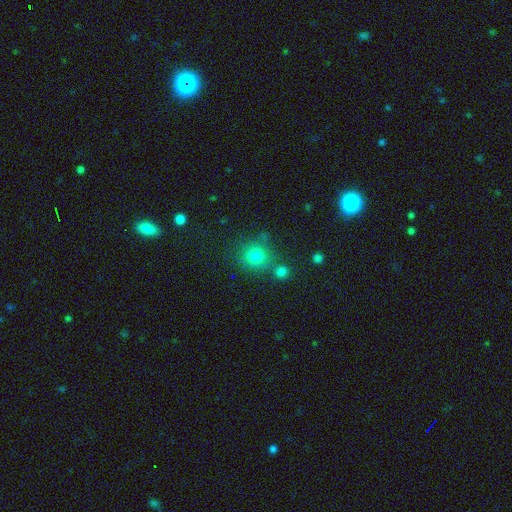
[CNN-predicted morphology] Smooth or featured?
  - smooth: 77% *
  - star or artifact: 15%
  - featured or disk: 7%
How rounded?
  - round: 90% *
  - in between: 9%
  - cigar-shaped: 1%
Merging?
  - none: 71% *
  - merger: 14%
  - minor disturbance: 11%
  - major disturbance: 5%